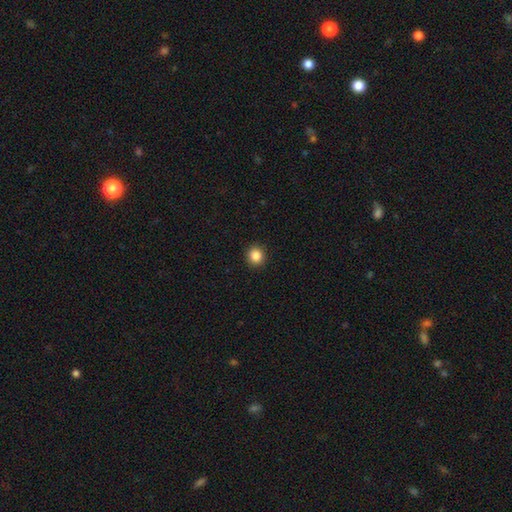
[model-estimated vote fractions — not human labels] smooth-or-featured: smooth: 86% | star or artifact: 10% | featured or disk: 4%
  how-rounded: round: 89% | in between: 10% | cigar-shaped: 1%
  merging: none: 92% | minor disturbance: 5% | major disturbance: 2% | merger: 1%